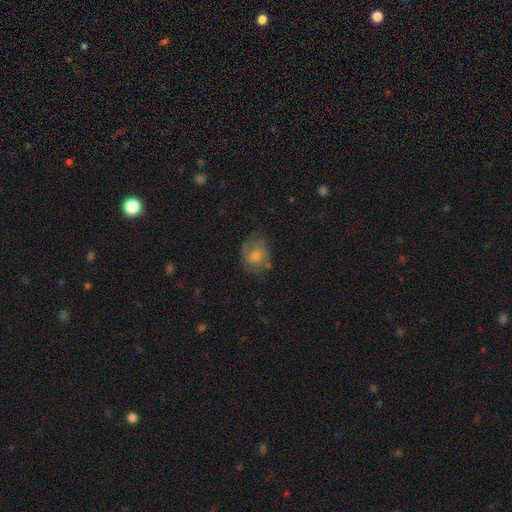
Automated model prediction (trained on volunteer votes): Q: Smooth or featured?
A: featured or disk (46%); runner-up: smooth (43%)
Q: Merging?
A: none (64%); runner-up: minor disturbance (22%)